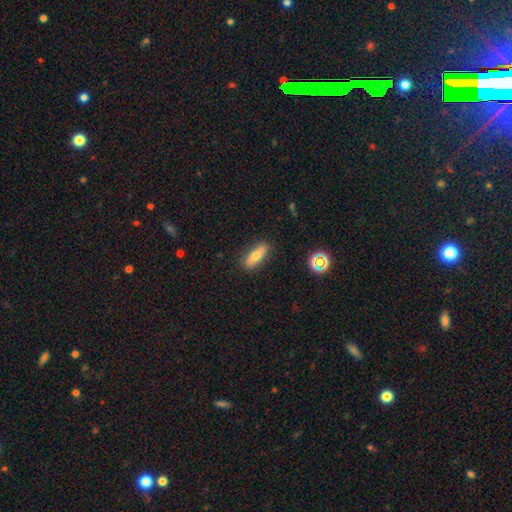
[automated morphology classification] smooth-or-featured: smooth: 62% | featured or disk: 30% | star or artifact: 9%
  how-rounded: in between: 52% | cigar-shaped: 44% | round: 4%
  merging: none: 86% | minor disturbance: 10% | major disturbance: 2% | merger: 2%